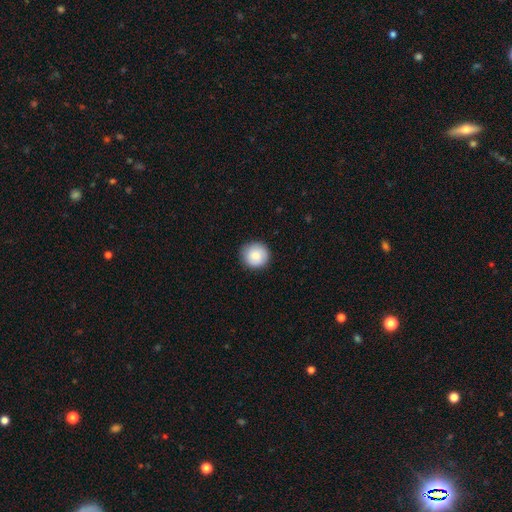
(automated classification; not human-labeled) This is clearly a smooth galaxy (84%). How rounded: clearly round (94%). Merging: clearly none (89%).